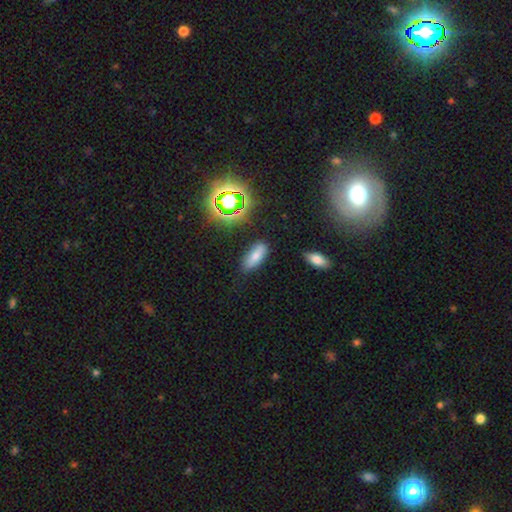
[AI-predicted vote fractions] This appears to be a smooth galaxy with no disk features (72%) that is in between round and cigar-shaped (77%). Merging: none (79%).